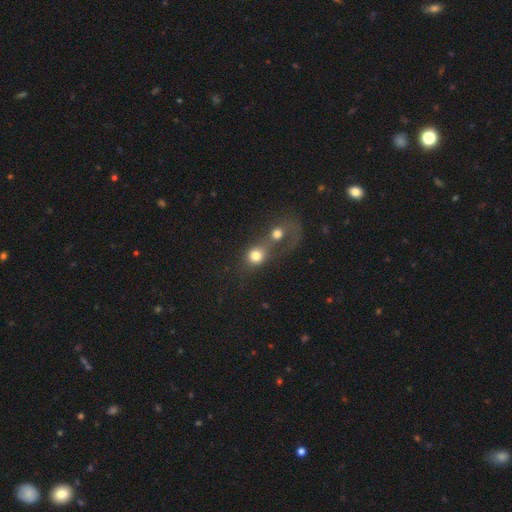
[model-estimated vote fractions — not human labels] smooth_or_featured: smooth (p=0.73) [alt: featured or disk p=0.15]
how_rounded: round (p=0.78) [alt: in between p=0.21]
merging: merger (p=0.68) [alt: none p=0.19]